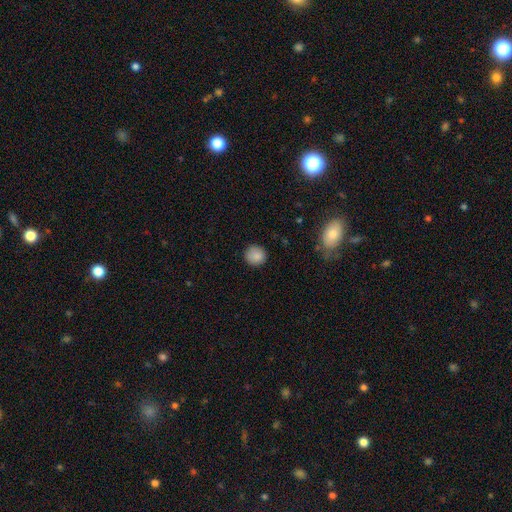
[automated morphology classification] Smooth or featured? smooth (87%)
How rounded? round (92%)
Merging? none (89%)